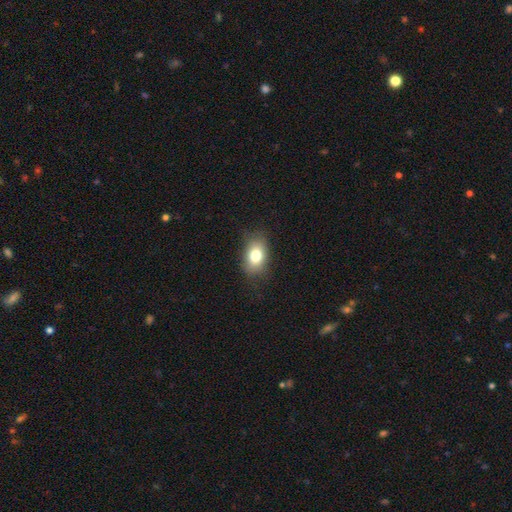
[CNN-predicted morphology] smooth_or_featured: smooth (p=0.78) [alt: featured or disk p=0.13]
how_rounded: in between (p=0.80) [alt: round p=0.18]
merging: none (p=0.78) [alt: minor disturbance p=0.16]